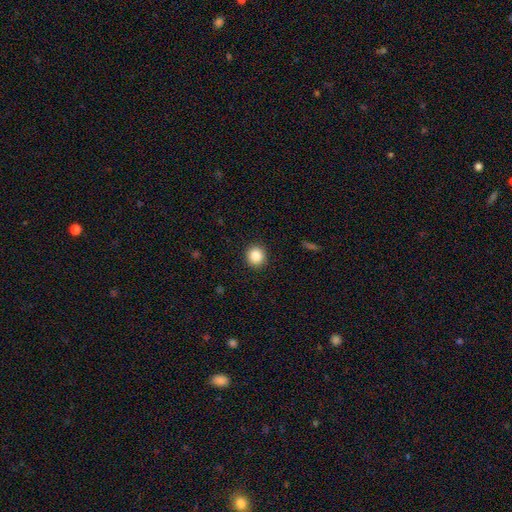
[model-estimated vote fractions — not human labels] smooth-or-featured: smooth: 86% | star or artifact: 9% | featured or disk: 4%
  how-rounded: round: 90% | in between: 10% | cigar-shaped: 1%
  merging: none: 91% | minor disturbance: 6% | major disturbance: 2% | merger: 1%